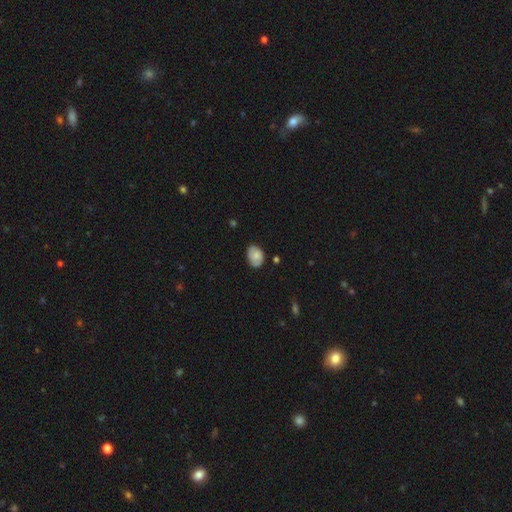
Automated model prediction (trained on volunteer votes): A smooth galaxy with no disk features (68%) that is in between round and cigar-shaped (76%). Merging: none (71%).